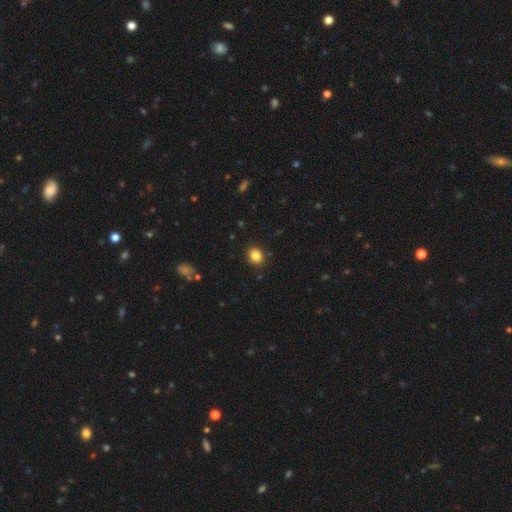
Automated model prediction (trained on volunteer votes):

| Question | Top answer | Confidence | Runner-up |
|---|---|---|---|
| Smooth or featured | smooth | 85% | star or artifact (10%) |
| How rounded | round | 58% | in between (41%) |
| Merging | none | 89% | minor disturbance (8%) |